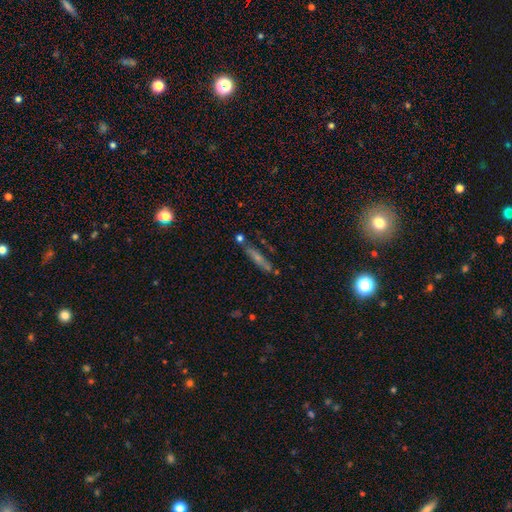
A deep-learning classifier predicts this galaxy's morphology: A featured or disk galaxy (44%). Merging: none (77%).